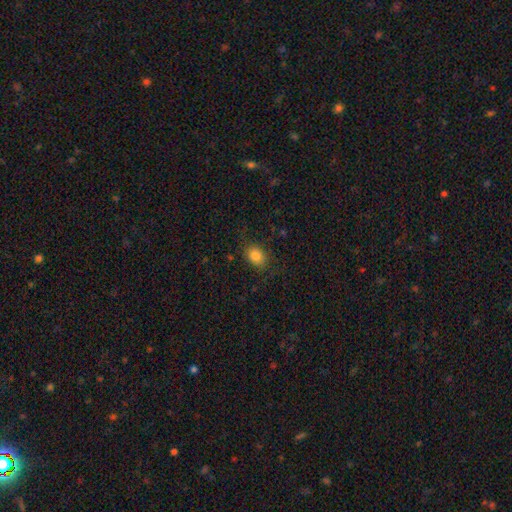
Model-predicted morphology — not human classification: This is clearly a smooth galaxy (83%). How rounded: possibly in between (57%). Merging: clearly none (82%).